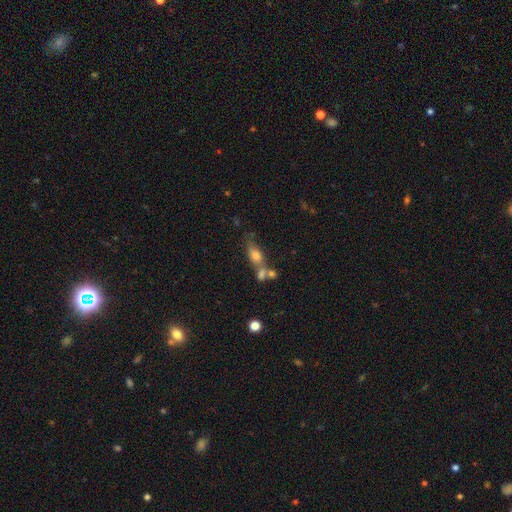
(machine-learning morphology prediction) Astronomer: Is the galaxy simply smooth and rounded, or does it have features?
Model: smooth — 66%.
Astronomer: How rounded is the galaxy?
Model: in between — 67%.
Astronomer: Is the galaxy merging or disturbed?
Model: merger — 40% (runner-up: none, 38%).